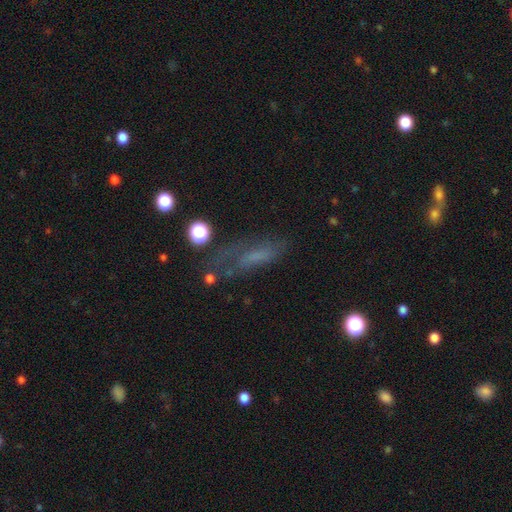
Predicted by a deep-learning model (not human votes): smooth_or_featured: smooth (p=0.47) [alt: featured or disk p=0.35]
merging: none (p=0.50) [alt: minor disturbance p=0.25]